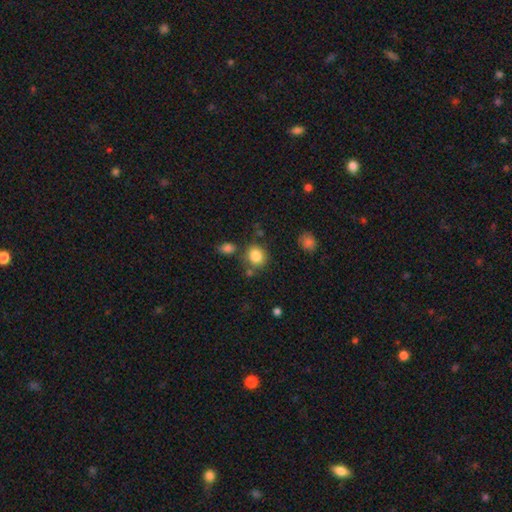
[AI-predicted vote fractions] smooth 84%, star or artifact 10%, featured or disk 6%. Down the decision tree: how rounded — round (76%); merging — none (73%).